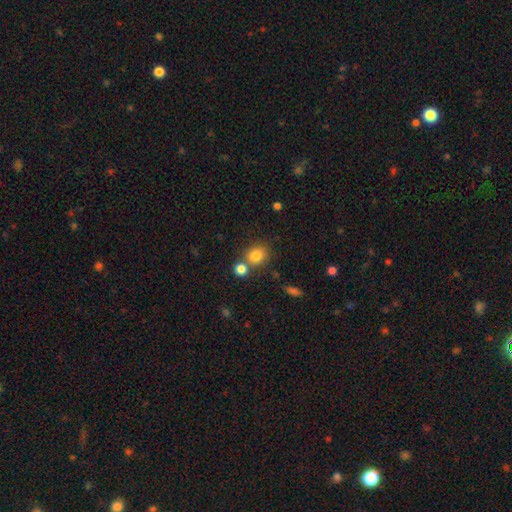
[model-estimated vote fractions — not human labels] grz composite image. It shows a smooth galaxy with no disk features (81%) that is round (69%). Merging: none (62%).